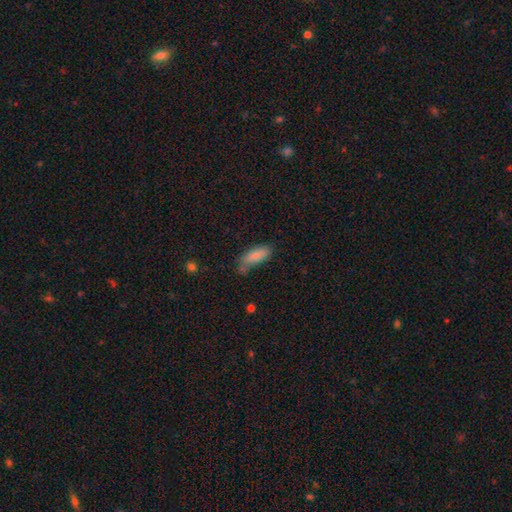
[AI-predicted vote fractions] Smooth or featured: smooth — 81% (featured or disk — 11%)
How rounded: in between — 71% (cigar-shaped — 27%)
Merging: none — 52% (minor disturbance — 31%)